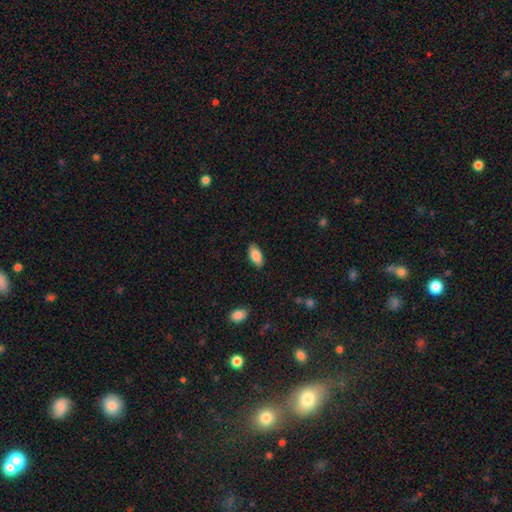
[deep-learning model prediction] This appears to be a smooth galaxy with no disk features (87%) that is in between round and cigar-shaped (91%). Merging: none (86%).